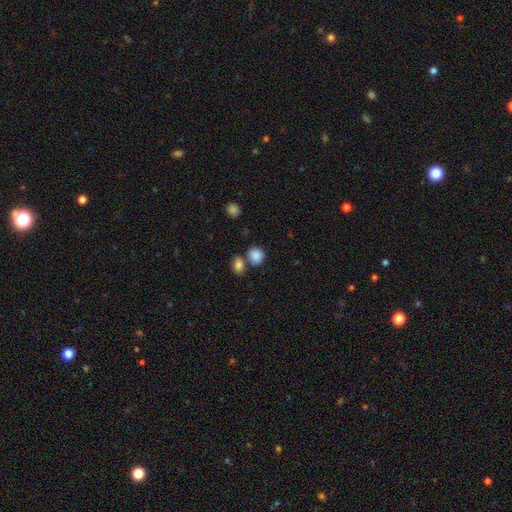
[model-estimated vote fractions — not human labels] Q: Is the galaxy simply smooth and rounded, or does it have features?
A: smooth — 86%.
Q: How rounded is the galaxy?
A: round — 77%.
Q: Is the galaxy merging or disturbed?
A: none — 58%.